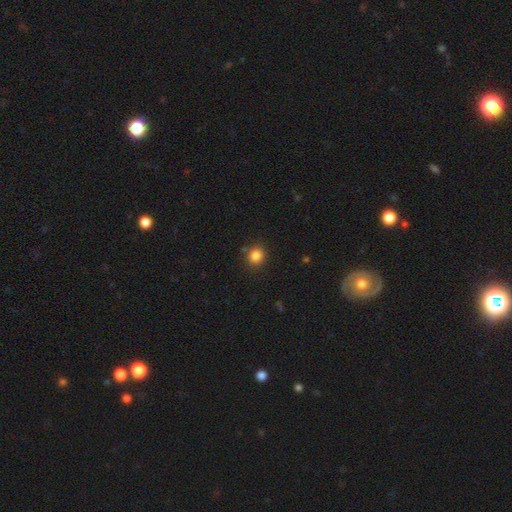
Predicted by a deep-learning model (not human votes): A smooth galaxy with no disk features (84%) that is round (84%).

Vote fractions:
- Smooth or featured? smooth: 84% / star or artifact: 11% / featured or disk: 4%
- How rounded? round: 84% / in between: 15% / cigar-shaped: 1%
- Merging? none: 86% / minor disturbance: 8% / merger: 3% / major disturbance: 3%